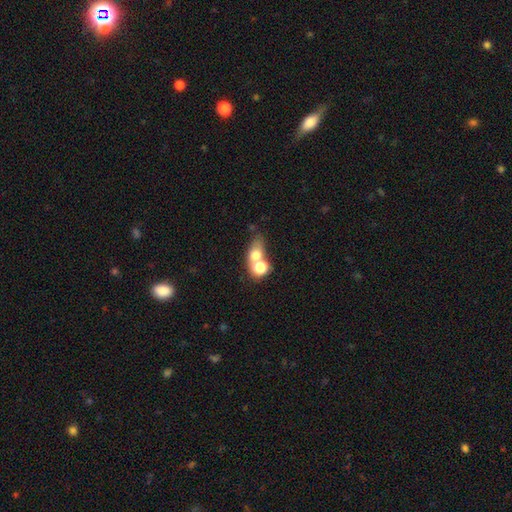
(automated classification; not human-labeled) Overall: smooth (66%). How rounded: in between (52%; round 44%). Merging: merger (55%; none 31%).